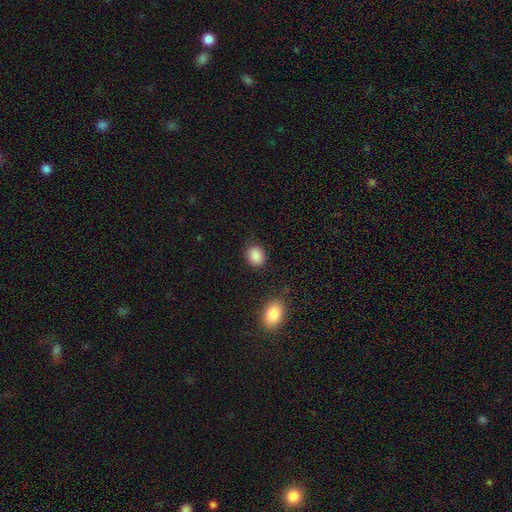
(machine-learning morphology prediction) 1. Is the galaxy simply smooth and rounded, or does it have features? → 88% smooth, 8% star or artifact, 3% featured or disk.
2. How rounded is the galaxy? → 56% round, 43% in between, 1% cigar-shaped.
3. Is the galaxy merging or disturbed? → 85% none, 10% minor disturbance, 3% major disturbance, 2% merger.